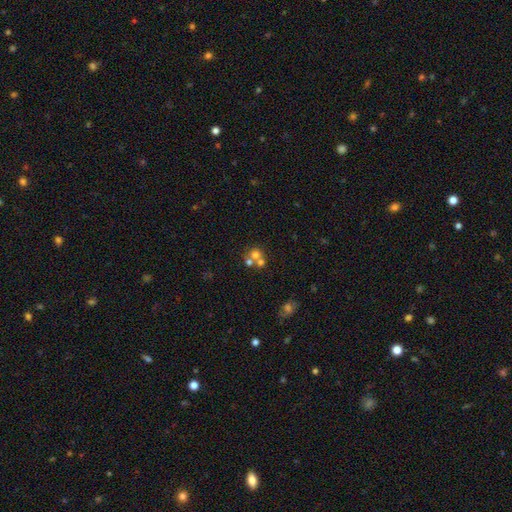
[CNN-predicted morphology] This is likely a smooth galaxy (61%). How rounded: clearly round (83%). Merging: possibly merger (49%).